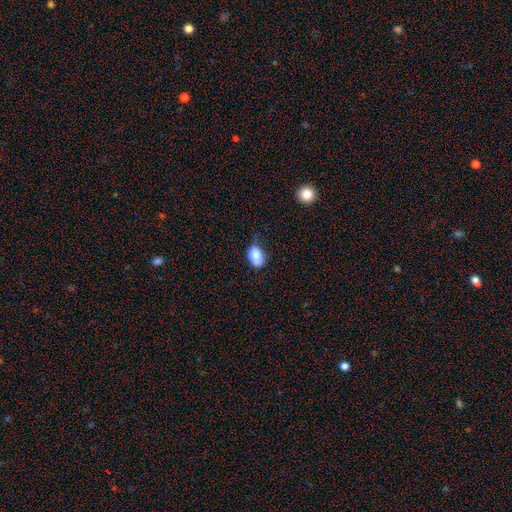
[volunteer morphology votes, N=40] Smooth or featured: smooth — 75% (featured or disk — 15%)
How rounded: in between — 80% (round — 20%)
Merging: minor disturbance — 50% (none — 31%)